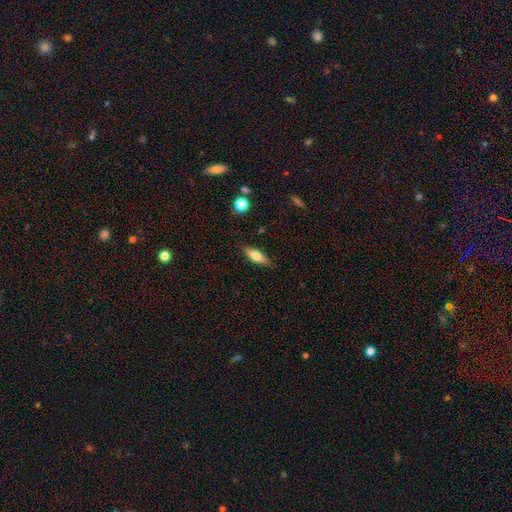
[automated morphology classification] Smooth or featured?
  - smooth: 64% *
  - featured or disk: 29%
  - star or artifact: 7%
How rounded?
  - in between: 55% *
  - cigar-shaped: 43%
  - round: 3%
Merging?
  - none: 86% *
  - minor disturbance: 11%
  - major disturbance: 2%
  - merger: 1%